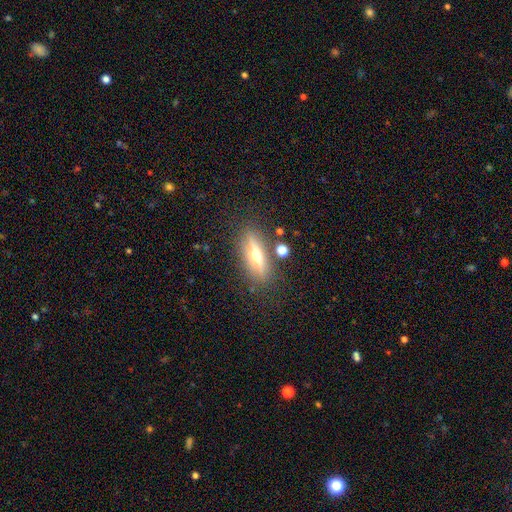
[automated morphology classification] smooth_or_featured: featured or disk (p=0.59) [alt: smooth p=0.32]
disk_edge_on: yes (p=0.88) [alt: no p=0.12]
edge_on_bulge: rounded (p=0.94) [alt: boxy p=0.03]
merging: none (p=0.83) [alt: minor disturbance p=0.10]